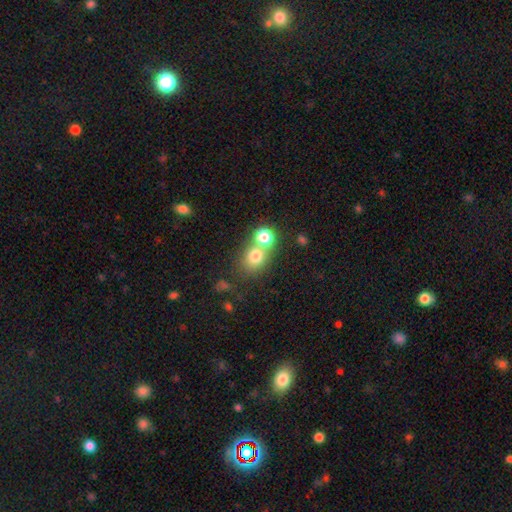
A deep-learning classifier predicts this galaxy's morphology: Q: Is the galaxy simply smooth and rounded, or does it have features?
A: smooth — 74%.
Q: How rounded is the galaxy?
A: round — 69%.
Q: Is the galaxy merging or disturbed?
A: none — 45%.